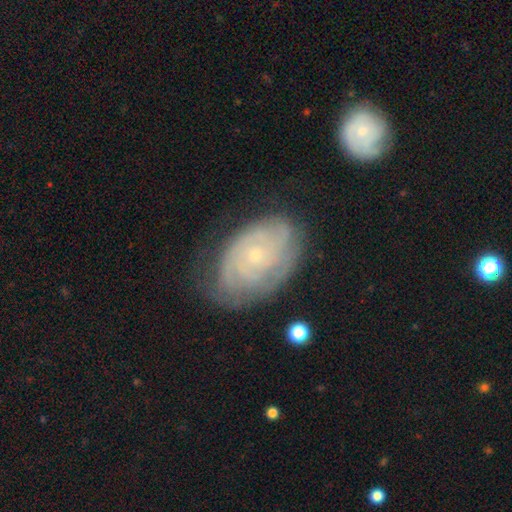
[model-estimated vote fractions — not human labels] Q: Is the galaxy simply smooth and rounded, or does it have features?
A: featured or disk — 80%.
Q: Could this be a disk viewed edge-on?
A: no — 96%.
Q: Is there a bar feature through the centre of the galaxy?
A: no — 80%.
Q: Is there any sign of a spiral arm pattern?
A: yes — 94%.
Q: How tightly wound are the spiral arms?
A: tight — 77%.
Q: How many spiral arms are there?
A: can't tell — 41%.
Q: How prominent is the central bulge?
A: small — 81%.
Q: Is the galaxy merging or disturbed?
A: none — 68%.